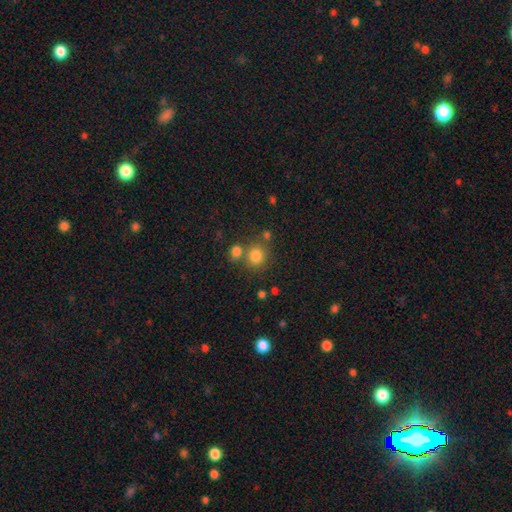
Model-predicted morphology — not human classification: This is clearly a smooth galaxy (80%). How rounded: clearly round (82%). Merging: likely none (64%).